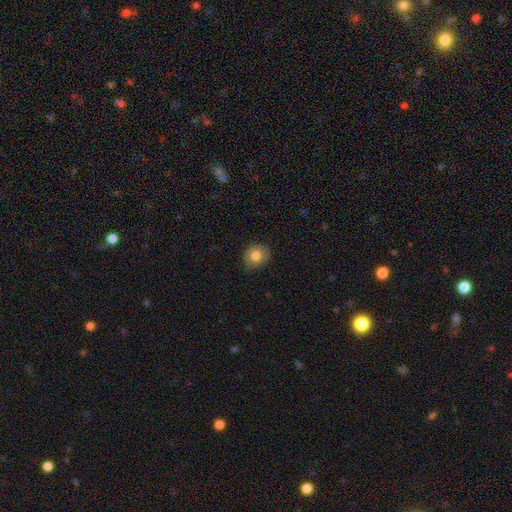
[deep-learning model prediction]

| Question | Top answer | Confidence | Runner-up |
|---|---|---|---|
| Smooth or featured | smooth | 76% | featured or disk (15%) |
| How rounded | round | 82% | in between (17%) |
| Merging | none | 76% | minor disturbance (19%) |